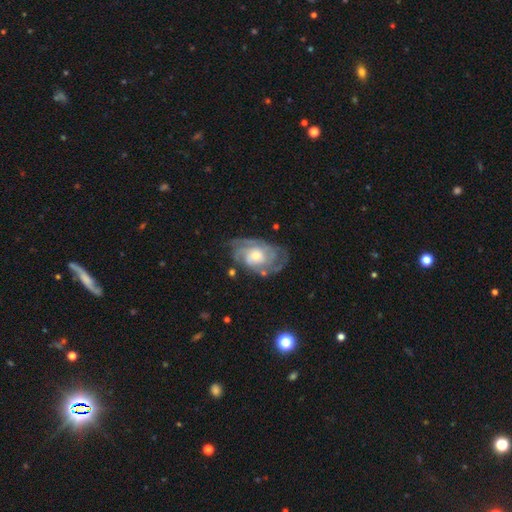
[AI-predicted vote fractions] Q: Smooth or featured?
A: featured or disk (84%); runner-up: smooth (10%)
Q: Edge-on disk?
A: no (96%); runner-up: yes (4%)
Q: Bar?
A: no (74%); runner-up: weak (22%)
Q: Spiral arms?
A: yes (94%); runner-up: no (6%)
Q: Spiral winding?
A: tight (62%); runner-up: medium (30%)
Q: Spiral arm count?
A: can't tell (35%); runner-up: 3 (21%)
Q: Bulge size?
A: moderate (52%); runner-up: small (40%)
Q: Merging?
A: none (69%); runner-up: minor disturbance (20%)